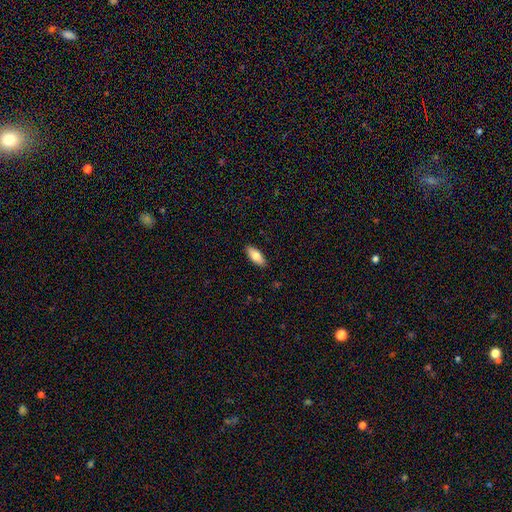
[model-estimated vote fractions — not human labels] smooth_or_featured: smooth (p=0.76) [alt: featured or disk p=0.18]
how_rounded: in between (p=0.84) [alt: cigar-shaped p=0.14]
merging: none (p=0.89) [alt: minor disturbance p=0.08]